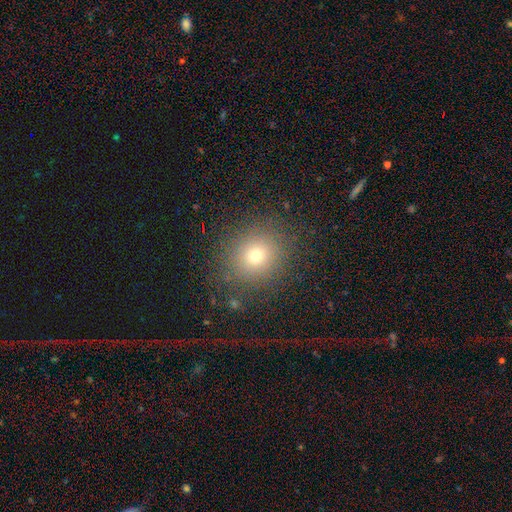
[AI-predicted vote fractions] A smooth galaxy with no disk features (73%) that is round (81%). Merging: none (85%).